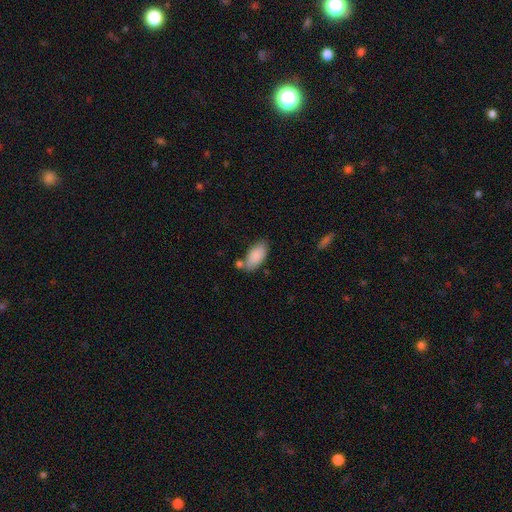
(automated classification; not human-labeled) The model was most divided on "merging": none: 65%, minor disturbance: 18%, merger: 13%, major disturbance: 5%. More confident: how rounded — in between (92%); smooth or featured — smooth (87%).